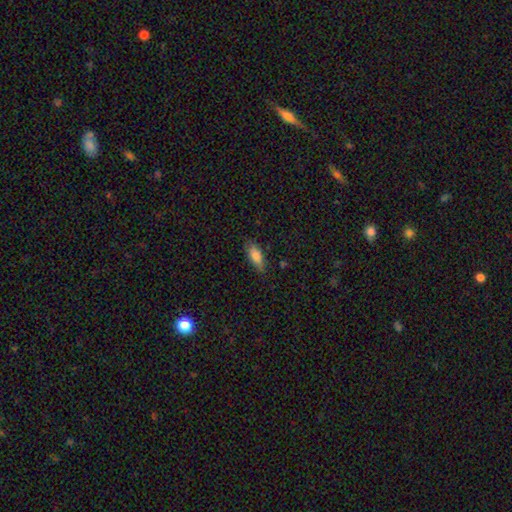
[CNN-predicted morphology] The model was most divided on "how rounded": in between: 78%, cigar-shaped: 20%, round: 2%. More confident: smooth or featured — smooth (83%); merging — none (78%).